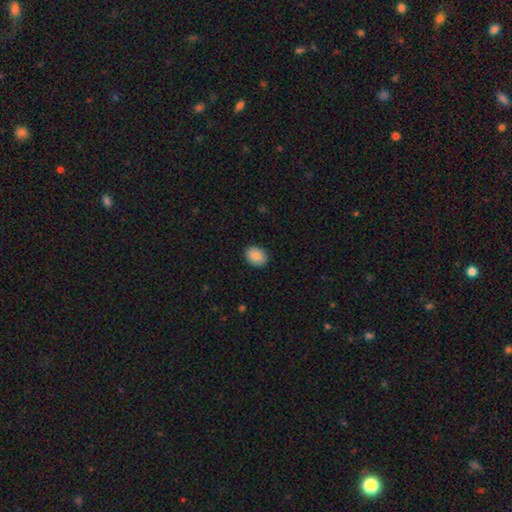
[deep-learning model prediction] smooth 89%, star or artifact 7%, featured or disk 3%. Down the decision tree: how rounded — in between (67%); merging — none (89%).